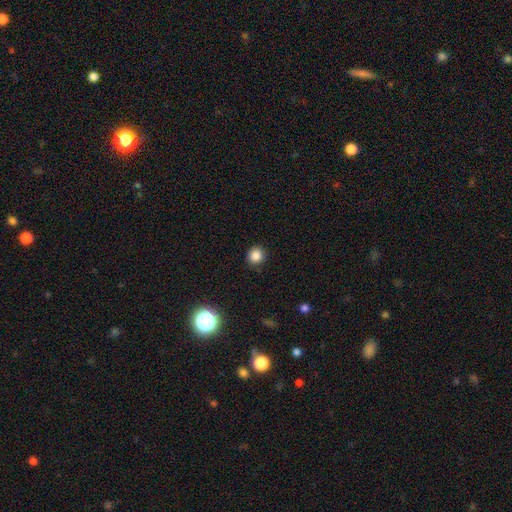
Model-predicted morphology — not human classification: smooth 84%, star or artifact 12%, featured or disk 4%. Down the decision tree: how rounded — round (90%); merging — none (89%).